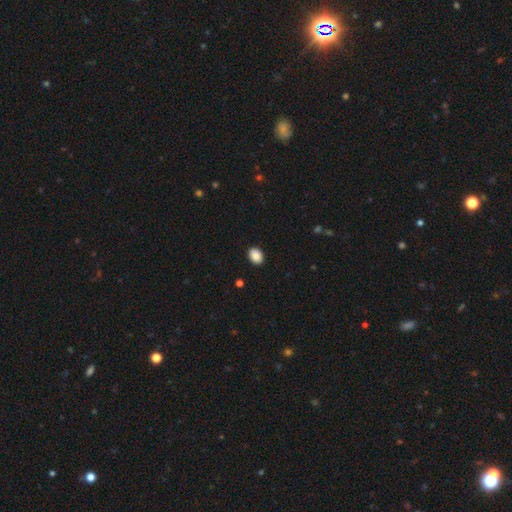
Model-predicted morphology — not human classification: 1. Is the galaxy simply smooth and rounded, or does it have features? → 90% smooth, 8% star or artifact, 3% featured or disk.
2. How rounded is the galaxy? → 71% in between, 28% round, 1% cigar-shaped.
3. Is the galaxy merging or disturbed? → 91% none, 6% minor disturbance, 2% major disturbance, 1% merger.